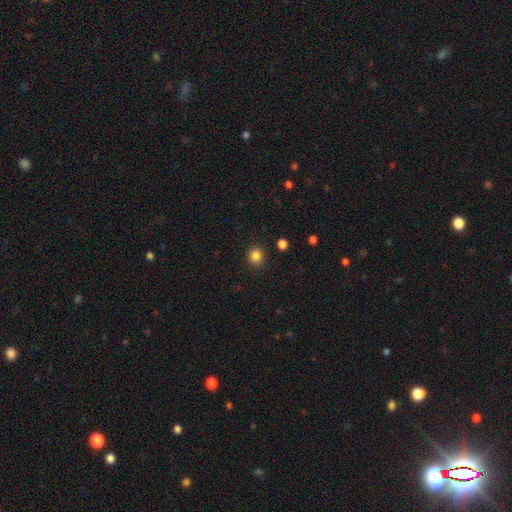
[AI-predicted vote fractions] Smooth or featured?
  - smooth: 84% *
  - star or artifact: 12%
  - featured or disk: 4%
How rounded?
  - round: 80% *
  - in between: 19%
  - cigar-shaped: 1%
Merging?
  - none: 89% *
  - minor disturbance: 7%
  - major disturbance: 2%
  - merger: 2%